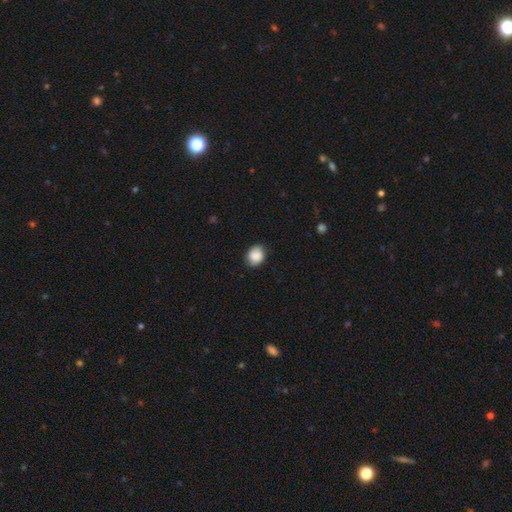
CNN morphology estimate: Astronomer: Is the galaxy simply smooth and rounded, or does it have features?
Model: smooth — 84%.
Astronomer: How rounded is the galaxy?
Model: round — 56% (runner-up: in between, 43%).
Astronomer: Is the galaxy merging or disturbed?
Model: none — 78%.